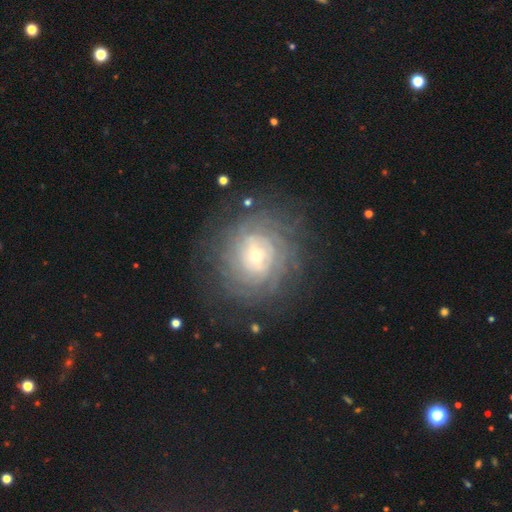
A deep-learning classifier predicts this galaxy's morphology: A featured or disk galaxy (79%) with no bar (49%), tight (79%) spiral arms (91%) and a small central bulge (69%). Merging: none (78%).